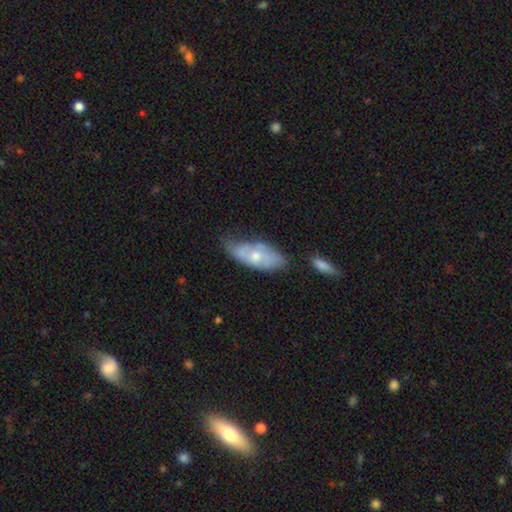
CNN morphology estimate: A smooth galaxy with no disk features (50%).

Vote fractions:
- Smooth or featured? smooth: 50% / featured or disk: 44% / star or artifact: 7%
- Merging? none: 44% / minor disturbance: 36% / major disturbance: 11% / merger: 9%